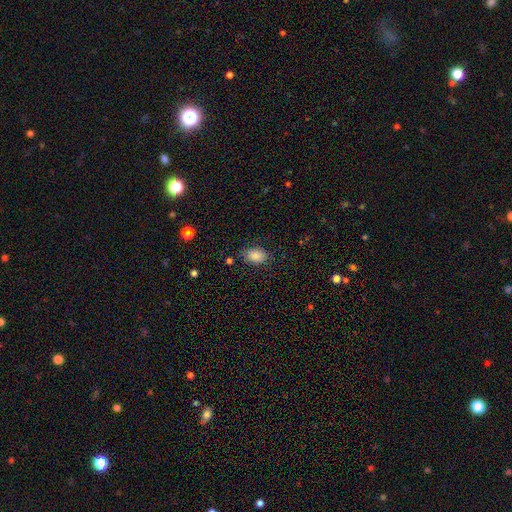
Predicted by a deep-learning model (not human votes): Smooth or featured? smooth (86%)
How rounded? in between (86%)
Merging? none (79%)